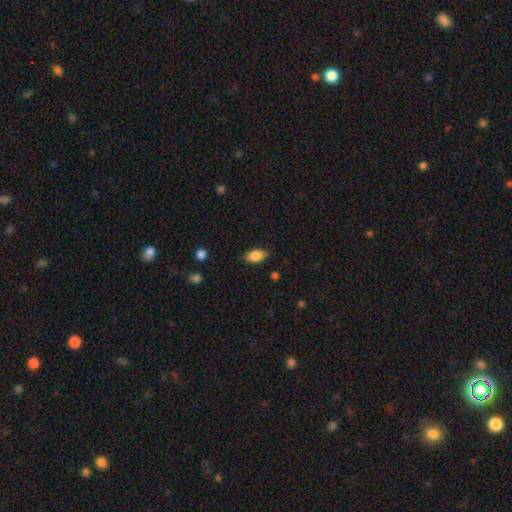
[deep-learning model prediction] A smooth galaxy with no disk features (82%) that is in between round and cigar-shaped (89%). Merging: none (82%).